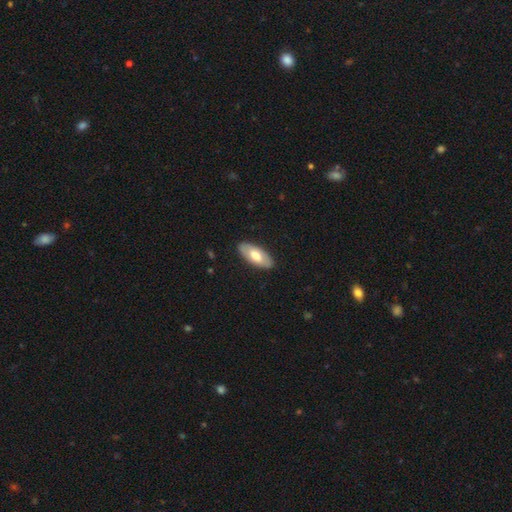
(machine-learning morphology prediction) This is likely a smooth galaxy (63%). How rounded: clearly in between (89%). Merging: clearly none (88%).